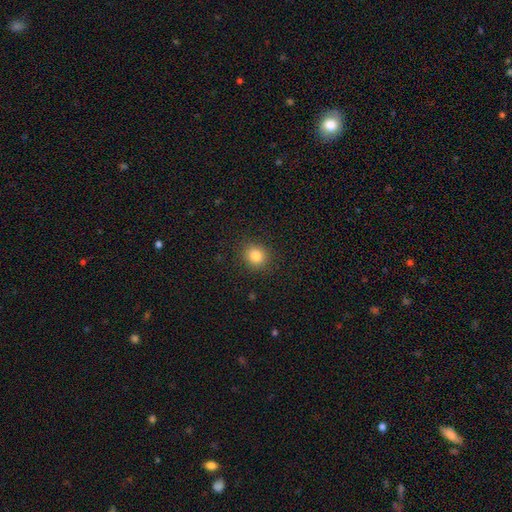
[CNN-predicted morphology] Smooth or featured? smooth (84%)
How rounded? round (79%)
Merging? none (89%)